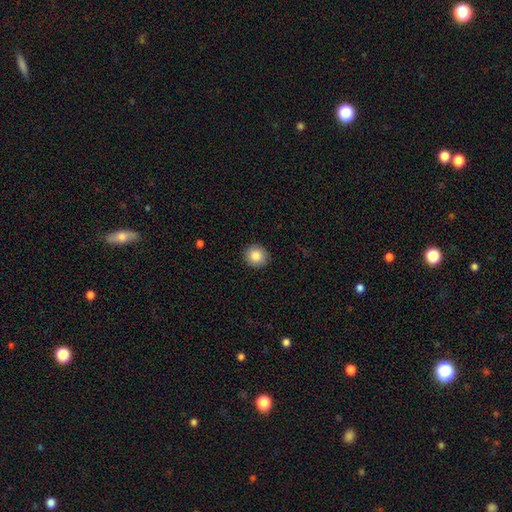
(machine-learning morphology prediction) The model was most divided on "how rounded": round: 87%, in between: 12%, cigar-shaped: 1%. More confident: merging — none (90%); smooth or featured — smooth (86%).